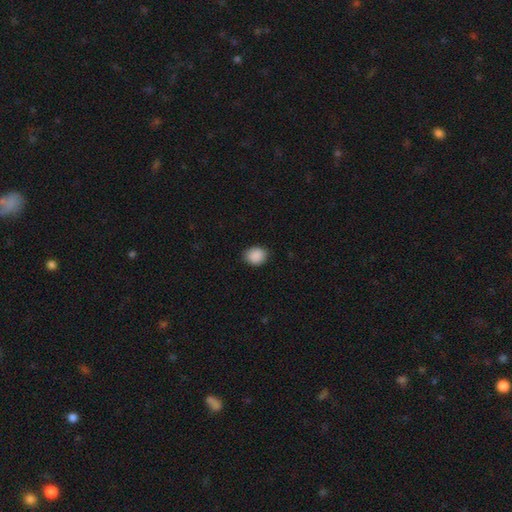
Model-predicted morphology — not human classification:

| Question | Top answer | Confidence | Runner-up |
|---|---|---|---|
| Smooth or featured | smooth | 90% | star or artifact (8%) |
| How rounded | round | 58% | in between (41%) |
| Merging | none | 87% | minor disturbance (10%) |